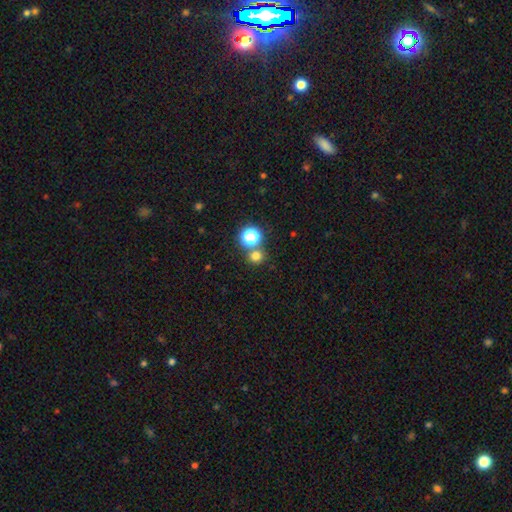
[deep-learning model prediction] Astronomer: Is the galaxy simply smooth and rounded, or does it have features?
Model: smooth — 71%.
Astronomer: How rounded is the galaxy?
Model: round — 88%.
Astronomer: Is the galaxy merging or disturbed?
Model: none — 70%.